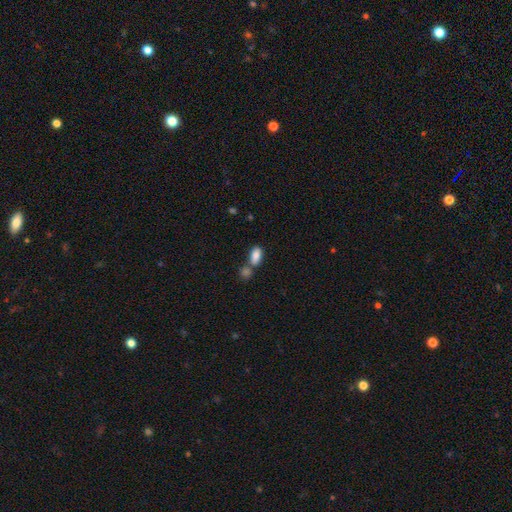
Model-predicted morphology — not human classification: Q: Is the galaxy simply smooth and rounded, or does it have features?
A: smooth — 85%.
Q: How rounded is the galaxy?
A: in between — 90%.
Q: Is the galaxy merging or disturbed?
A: none — 47%.